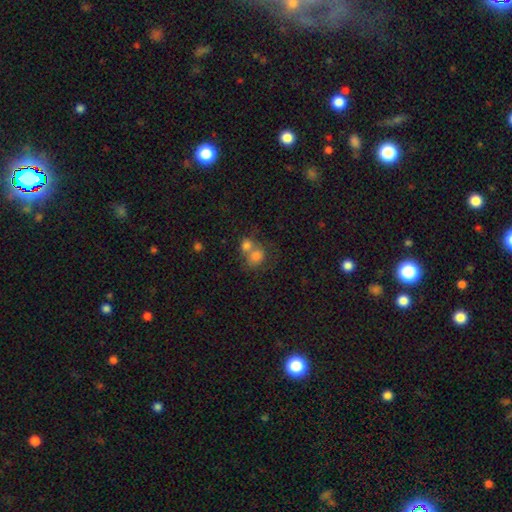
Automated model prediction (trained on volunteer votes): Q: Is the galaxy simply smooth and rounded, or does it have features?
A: smooth — 77%.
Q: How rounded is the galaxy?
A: round — 66%.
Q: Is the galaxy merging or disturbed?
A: merger — 56%.